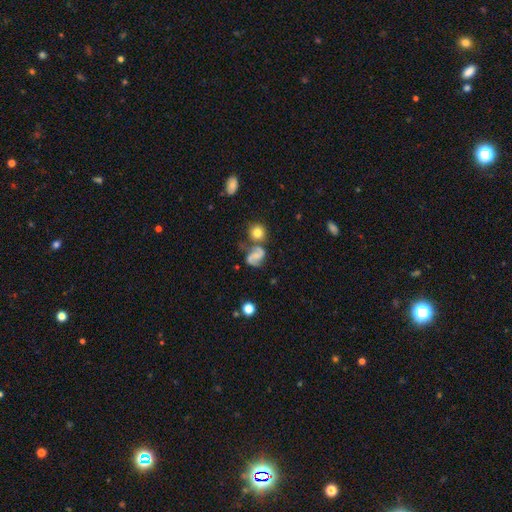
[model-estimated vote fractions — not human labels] smooth-or-featured: featured or disk: 71% | smooth: 20% | star or artifact: 9%
  disk-edge-on: no: 98% | yes: 2%
    bar: no: 48% | weak: 40% | strong: 13%
    has-spiral-arms: yes: 93% | no: 7%
      spiral-winding: medium: 49% | loose: 34% | tight: 17%
      spiral-arm-count: 2: 90% | can't tell: 4% | 1: 3% | 3: 1% | 4: 1% | more than 4: 1%
    bulge-size: small: 40% | none: 28% | moderate: 26% | large: 4% | dominant: 2%
  merging: none: 51% | merger: 19% | minor disturbance: 19% | major disturbance: 11%